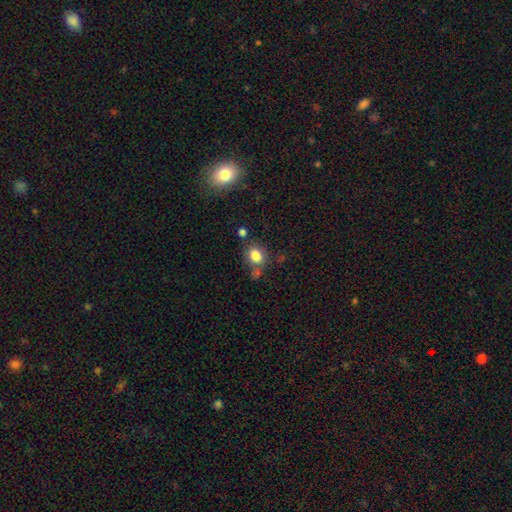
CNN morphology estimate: type=smooth (81%); roundness=in between (55%); merging=none (60%).